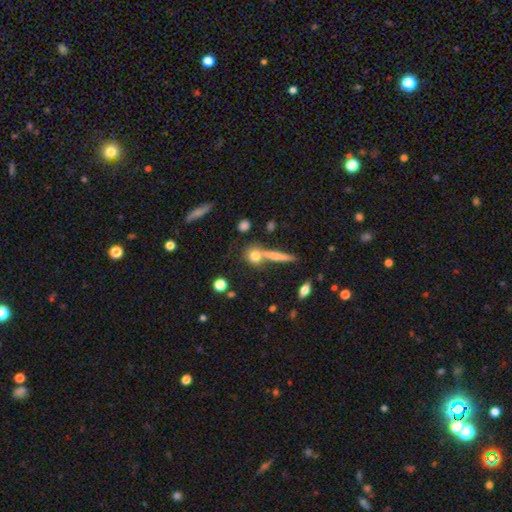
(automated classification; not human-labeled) smooth 72%, featured or disk 17%, star or artifact 11%. Down the decision tree: how rounded — round (68%); merging — none (57%).